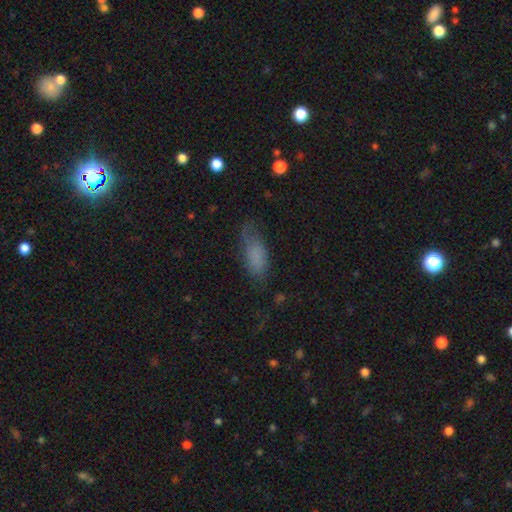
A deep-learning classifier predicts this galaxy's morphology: Overall: smooth (77%). How rounded: in between (78%). Merging: none (56%; minor disturbance 28%).